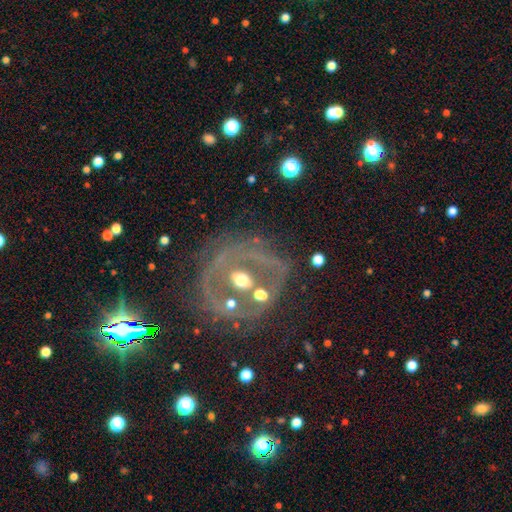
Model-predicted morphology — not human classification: Q: Smooth or featured?
A: featured or disk (61%); runner-up: star or artifact (22%)
Q: Edge-on disk?
A: no (94%); runner-up: yes (6%)
Q: Bar?
A: no (52%); runner-up: weak (27%)
Q: Spiral arms?
A: no (51%); runner-up: yes (49%)
Q: Bulge size?
A: moderate (46%); runner-up: small (40%)
Q: Merging?
A: none (61%); runner-up: minor disturbance (15%)